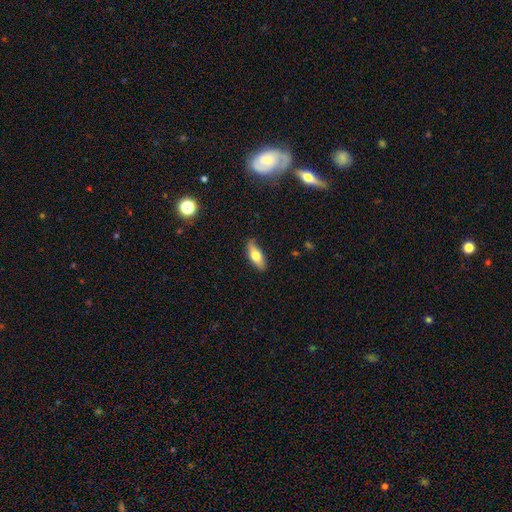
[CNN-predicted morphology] smooth_or_featured: smooth (p=0.69) [alt: featured or disk p=0.25]
how_rounded: in between (p=0.71) [alt: cigar-shaped p=0.26]
merging: none (p=0.83) [alt: minor disturbance p=0.13]